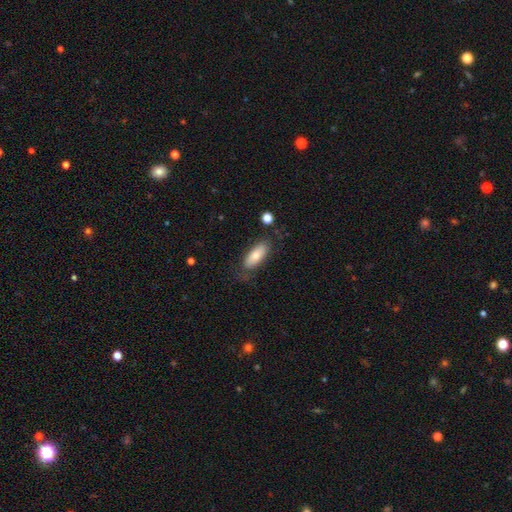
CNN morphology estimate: smooth-or-featured: smooth: 73% | featured or disk: 20% | star or artifact: 7%
  how-rounded: in between: 78% | cigar-shaped: 20% | round: 2%
  merging: none: 71% | minor disturbance: 19% | major disturbance: 7% | merger: 3%